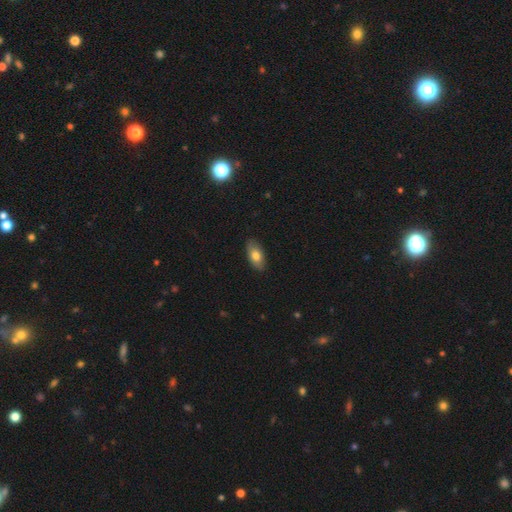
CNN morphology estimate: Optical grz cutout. It shows a smooth galaxy with no disk features (76%) that is in between round and cigar-shaped (89%). Merging: none (86%).